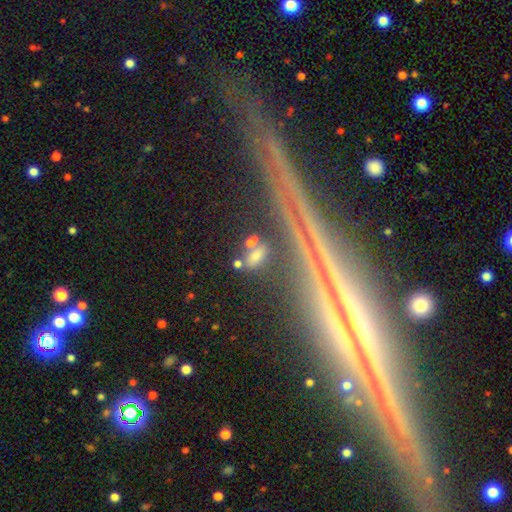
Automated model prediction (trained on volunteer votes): This appears to be a star or artifact, not a galaxy (54%).